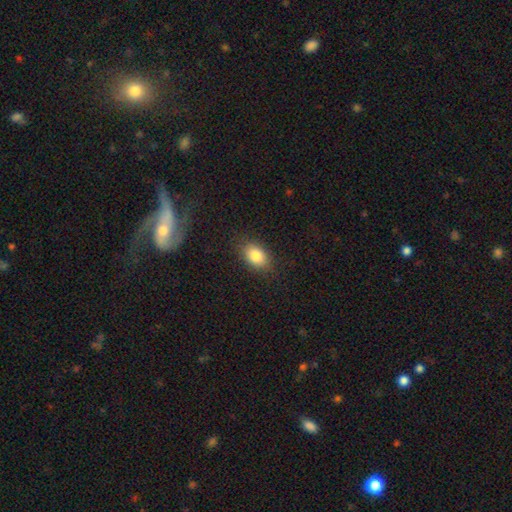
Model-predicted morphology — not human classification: Q: Smooth or featured?
A: smooth (84%); runner-up: star or artifact (9%)
Q: How rounded?
A: in between (83%); runner-up: round (15%)
Q: Merging?
A: none (85%); runner-up: minor disturbance (11%)